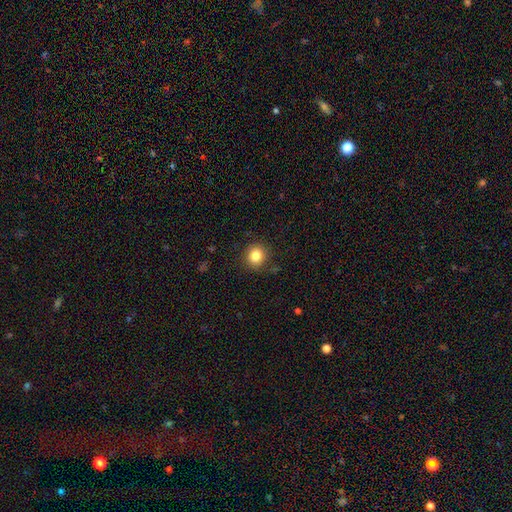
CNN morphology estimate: smooth 84%, star or artifact 10%, featured or disk 5%. Down the decision tree: how rounded — round (85%); merging — none (87%).